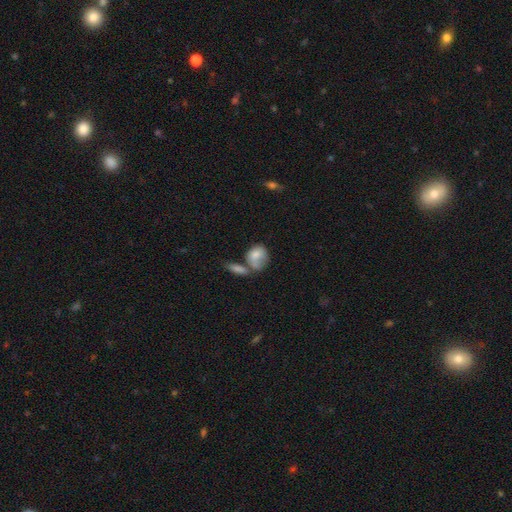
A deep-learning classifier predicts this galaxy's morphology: The model was most divided on "merging": merger: 38%, none: 31%, minor disturbance: 19%, major disturbance: 12%. More confident: smooth or featured — smooth (76%); how rounded — in between (58%).